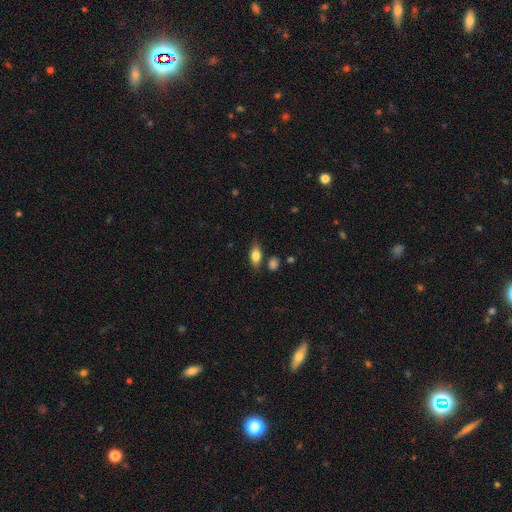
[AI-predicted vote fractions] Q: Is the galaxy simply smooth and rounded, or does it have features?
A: smooth — 77%.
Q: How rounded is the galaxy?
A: in between — 84%.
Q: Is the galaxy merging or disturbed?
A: none — 76%.